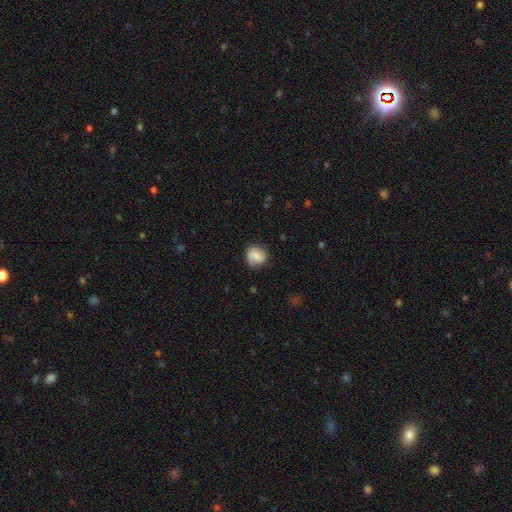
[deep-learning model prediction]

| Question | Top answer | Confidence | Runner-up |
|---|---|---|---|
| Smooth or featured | smooth | 59% | featured or disk (33%) |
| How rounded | round | 77% | in between (22%) |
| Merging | none | 67% | minor disturbance (24%) |